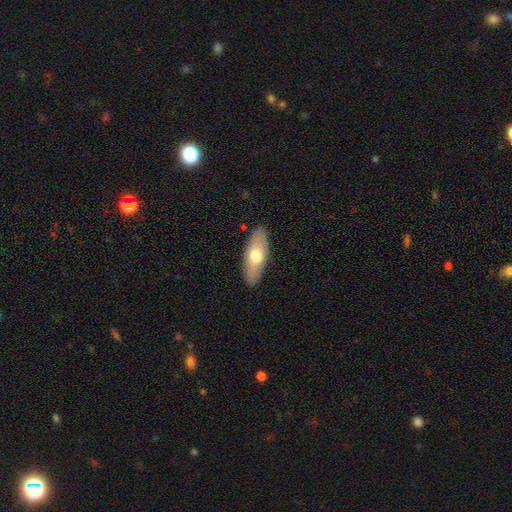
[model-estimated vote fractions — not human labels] Morphology: type=smooth (64%); roundness=in between (74%); merging=none (88%).